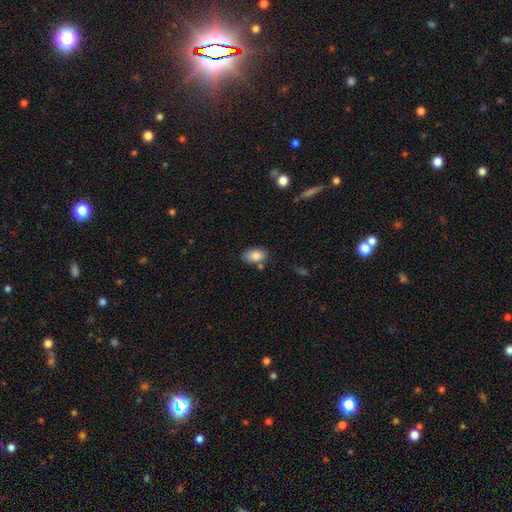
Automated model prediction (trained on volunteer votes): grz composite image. It shows a smooth galaxy with no disk features (84%) that is in between round and cigar-shaped (91%). Merging: none (72%).